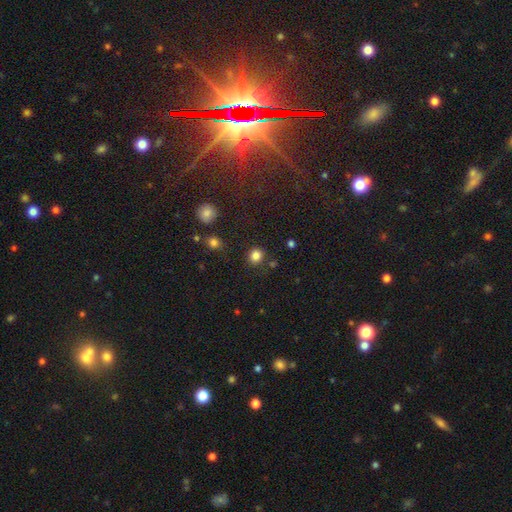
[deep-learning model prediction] smooth_or_featured: smooth (p=0.83) [alt: star or artifact p=0.12]
how_rounded: round (p=0.86) [alt: in between p=0.13]
merging: none (p=0.86) [alt: minor disturbance p=0.08]